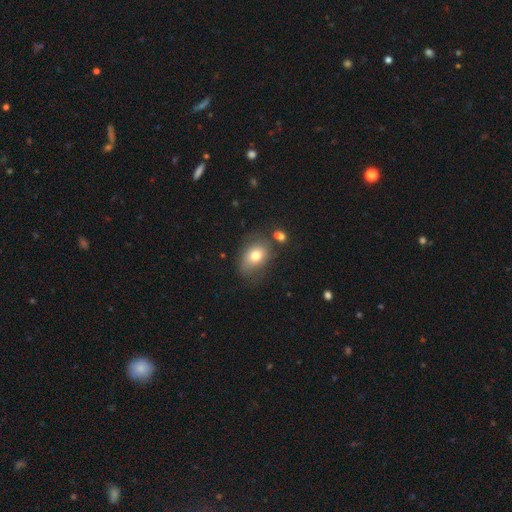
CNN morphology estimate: Smooth or featured?
  - smooth: 74% *
  - featured or disk: 16%
  - star or artifact: 9%
How rounded?
  - in between: 77% *
  - round: 21%
  - cigar-shaped: 1%
Merging?
  - none: 62% *
  - minor disturbance: 23%
  - major disturbance: 8%
  - merger: 7%